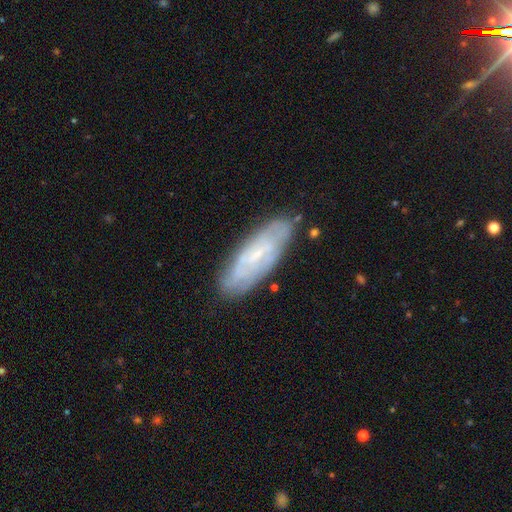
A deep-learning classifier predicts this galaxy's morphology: Smooth or featured: featured or disk — 61% (smooth — 31%)
Edge-on disk: no — 82% (yes — 18%)
Bar: no — 43% (weak — 42%)
Spiral arms: yes — 69% (no — 31%)
Bulge size: small — 69% (moderate — 17%)
Merging: none — 79% (minor disturbance — 16%)